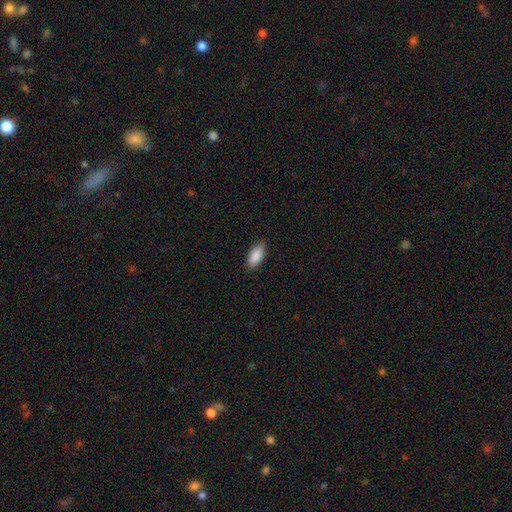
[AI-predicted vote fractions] Overall: smooth (90%). How rounded: in between (90%). Merging: none (89%).